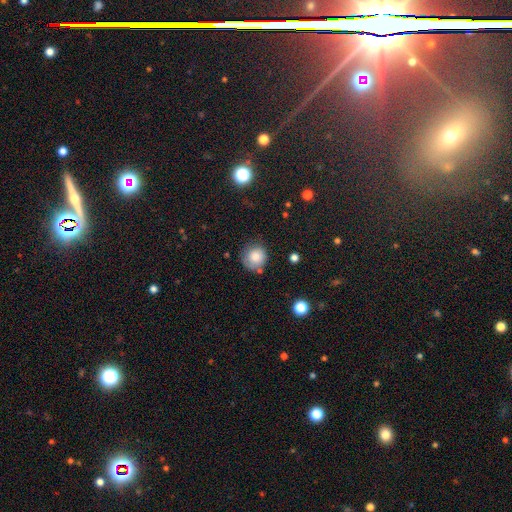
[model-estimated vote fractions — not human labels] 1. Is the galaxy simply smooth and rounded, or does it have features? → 79% smooth, 11% featured or disk, 10% star or artifact.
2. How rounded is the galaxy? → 90% round, 9% in between, 1% cigar-shaped.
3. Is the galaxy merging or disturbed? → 69% none, 20% minor disturbance, 6% major disturbance, 5% merger.